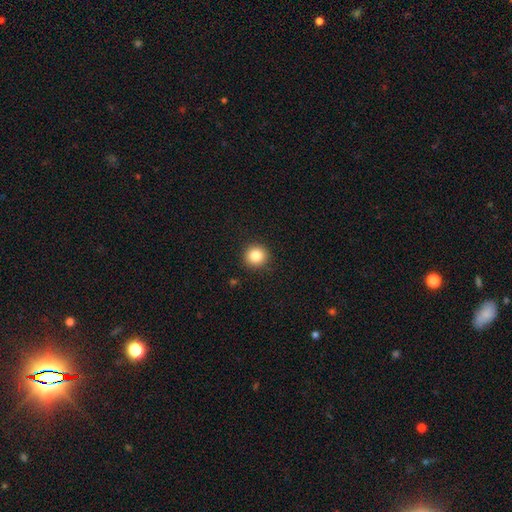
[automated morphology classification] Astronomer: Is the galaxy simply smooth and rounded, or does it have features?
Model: smooth — 84%.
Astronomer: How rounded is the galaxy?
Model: round — 93%.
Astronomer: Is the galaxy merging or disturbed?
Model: none — 91%.